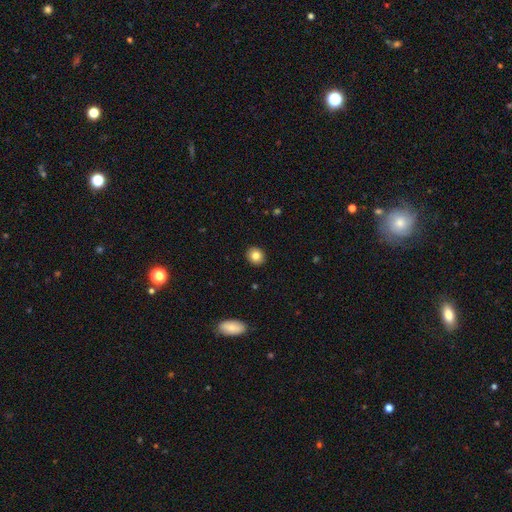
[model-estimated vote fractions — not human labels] Smooth or featured?
  - smooth: 83% *
  - star or artifact: 9%
  - featured or disk: 8%
How rounded?
  - round: 76% *
  - in between: 23%
  - cigar-shaped: 1%
Merging?
  - none: 91% *
  - minor disturbance: 6%
  - major disturbance: 2%
  - merger: 1%